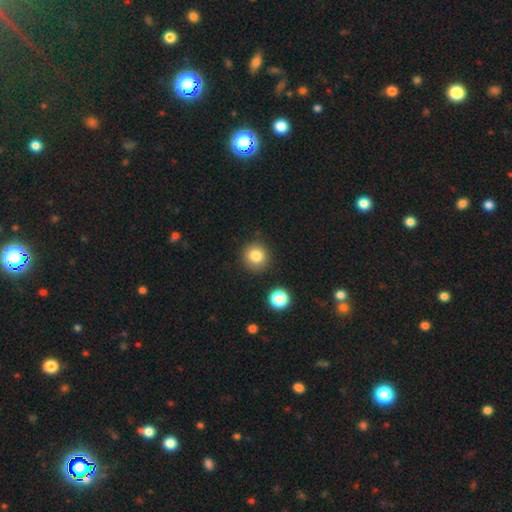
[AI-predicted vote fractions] smooth_or_featured: smooth (p=0.82) [alt: star or artifact p=0.12]
how_rounded: round (p=0.93) [alt: in between p=0.06]
merging: none (p=0.88) [alt: minor disturbance p=0.07]